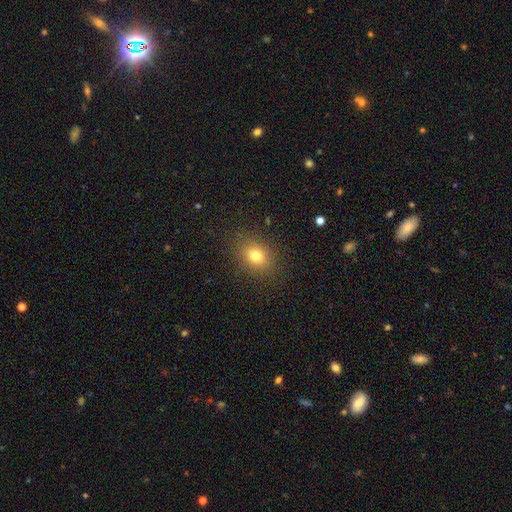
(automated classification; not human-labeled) Q: Smooth or featured?
A: smooth (78%); runner-up: star or artifact (14%)
Q: How rounded?
A: round (52%); runner-up: in between (46%)
Q: Merging?
A: none (87%); runner-up: minor disturbance (9%)